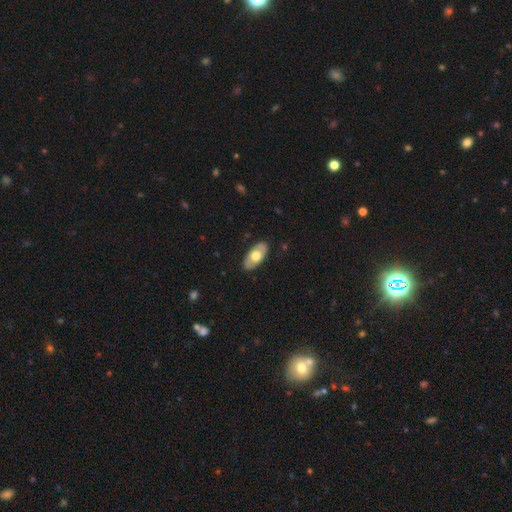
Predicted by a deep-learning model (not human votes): Smooth or featured?
  - smooth: 60% *
  - featured or disk: 35%
  - star or artifact: 5%
How rounded?
  - in between: 93% *
  - cigar-shaped: 4%
  - round: 3%
Merging?
  - none: 87% *
  - minor disturbance: 10%
  - major disturbance: 2%
  - merger: 1%